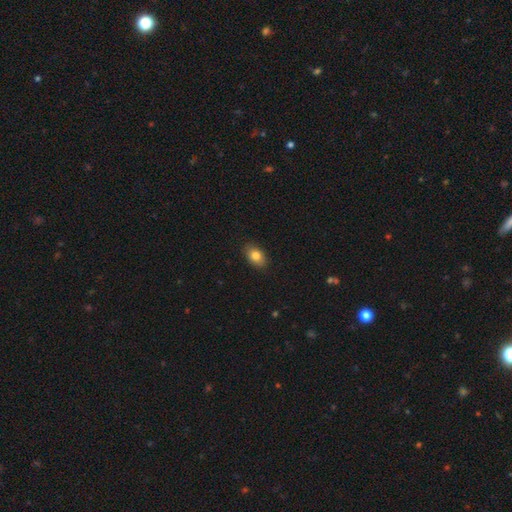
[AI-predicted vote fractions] The model was most divided on "how rounded": in between: 84%, round: 14%, cigar-shaped: 2%. More confident: merging — none (88%); smooth or featured — smooth (82%).